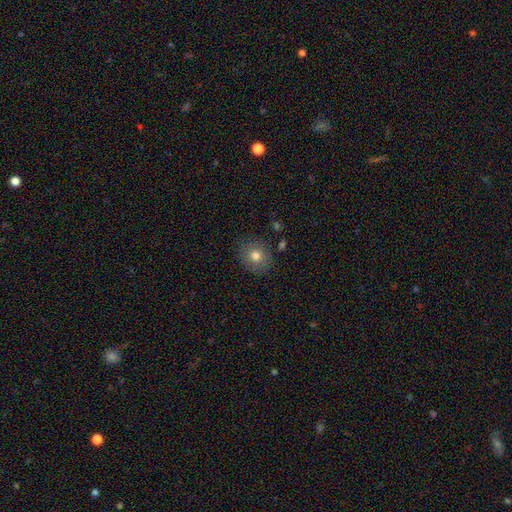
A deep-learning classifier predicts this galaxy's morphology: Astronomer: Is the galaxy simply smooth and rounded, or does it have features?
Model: smooth — 78%.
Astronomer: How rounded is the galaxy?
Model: round — 76%.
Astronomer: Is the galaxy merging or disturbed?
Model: none — 84%.